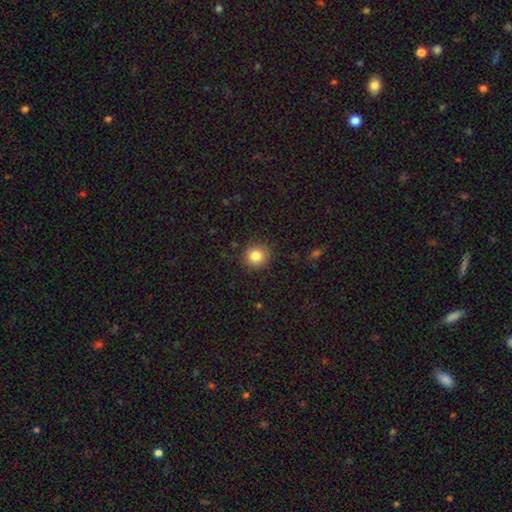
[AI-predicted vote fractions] smooth-or-featured: smooth: 84% | star or artifact: 11% | featured or disk: 5%
  how-rounded: round: 91% | in between: 8% | cigar-shaped: 1%
  merging: none: 88% | minor disturbance: 8% | major disturbance: 2% | merger: 1%